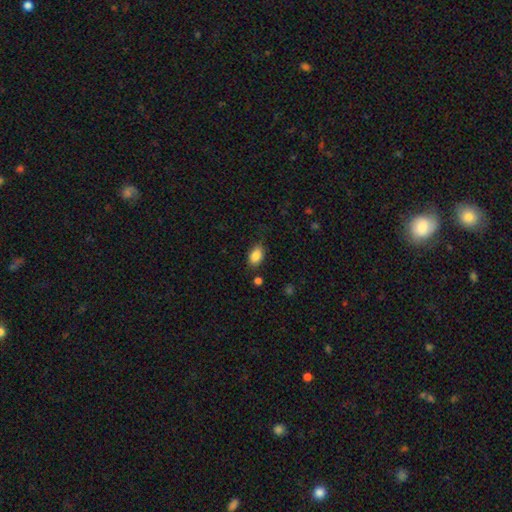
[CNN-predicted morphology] Smooth or featured?
  - smooth: 86% *
  - star or artifact: 8%
  - featured or disk: 6%
How rounded?
  - in between: 90% *
  - round: 9%
  - cigar-shaped: 2%
Merging?
  - none: 78% *
  - minor disturbance: 15%
  - major disturbance: 4%
  - merger: 3%